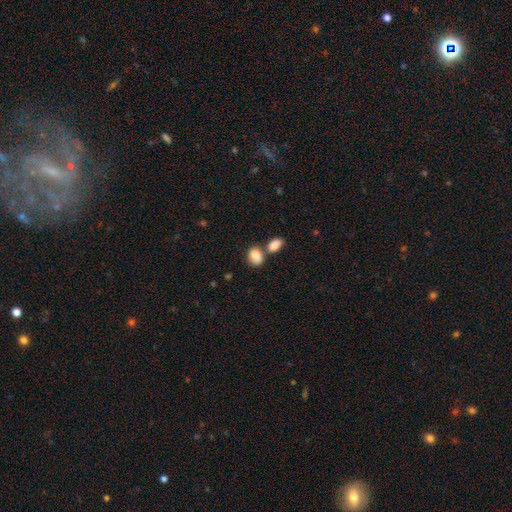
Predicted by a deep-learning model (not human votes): smooth_or_featured: smooth (p=0.85) [alt: star or artifact p=0.08]
how_rounded: in between (p=0.71) [alt: round p=0.28]
merging: none (p=0.43) [alt: merger p=0.40]